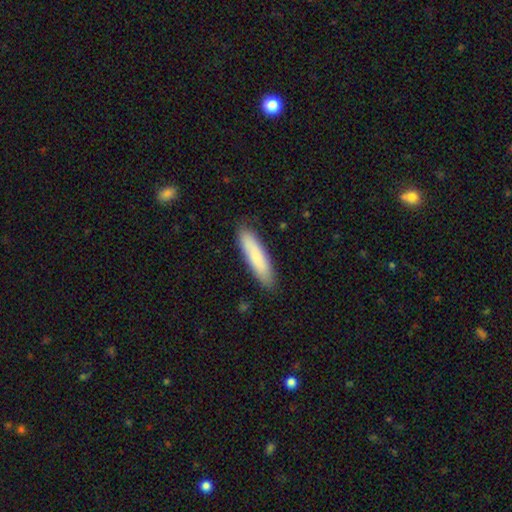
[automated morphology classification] Q: Smooth or featured?
A: smooth (83%); runner-up: featured or disk (12%)
Q: How rounded?
A: cigar-shaped (78%); runner-up: in between (21%)
Q: Merging?
A: none (87%); runner-up: minor disturbance (10%)